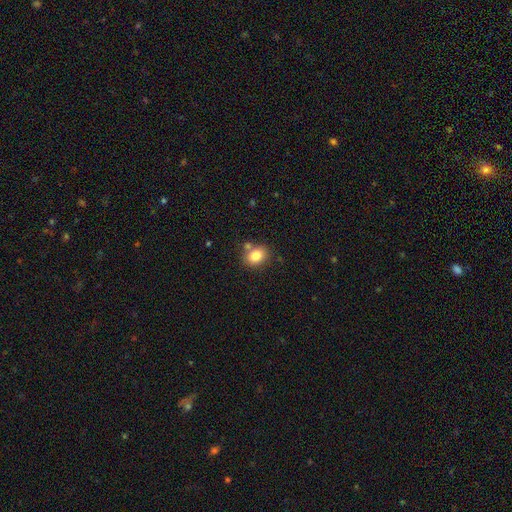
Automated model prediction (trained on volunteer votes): Morphology: type=smooth (82%); roundness=in between (56%); merging=none (71%).